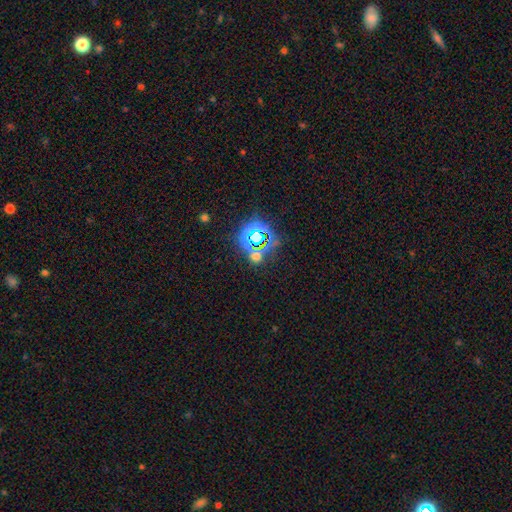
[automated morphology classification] The model was most divided on "smooth or featured": star or artifact: 64%, smooth: 27%, featured or disk: 9%.